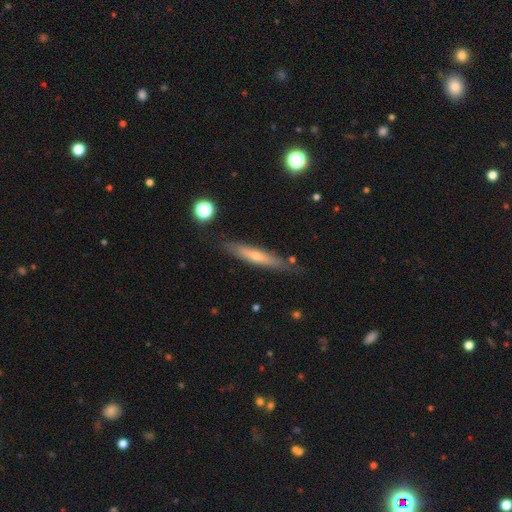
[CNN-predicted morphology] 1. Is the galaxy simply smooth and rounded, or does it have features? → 48% featured or disk, 45% smooth, 7% star or artifact.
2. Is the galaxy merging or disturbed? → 82% none, 13% minor disturbance, 2% major disturbance, 2% merger.